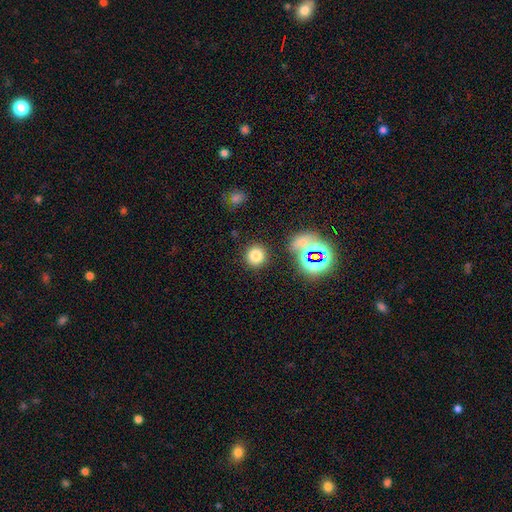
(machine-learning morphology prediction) Smooth or featured: smooth — 76% (star or artifact — 17%)
How rounded: round — 91% (in between — 8%)
Merging: none — 86% (minor disturbance — 7%)